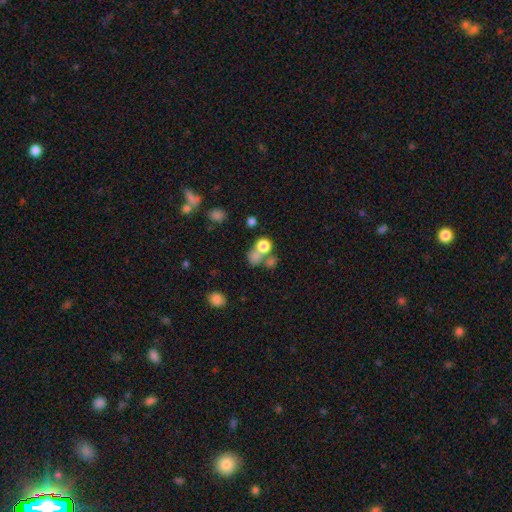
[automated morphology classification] Smooth or featured? smooth (73%)
How rounded? round (76%)
Merging? merger (43%)